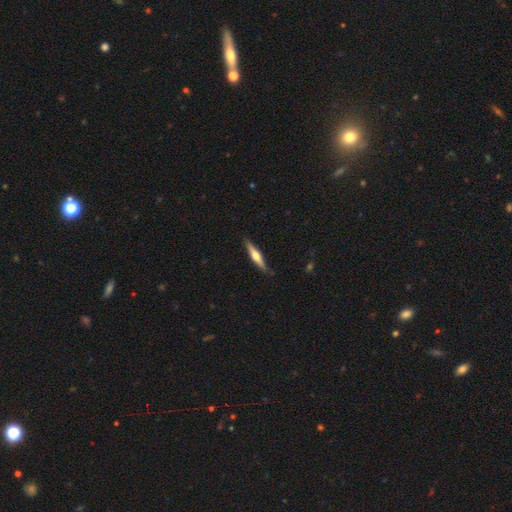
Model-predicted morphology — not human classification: type=featured or disk (59%); edge-on=yes (97%); edge-on bulge=rounded (88%); merging=none (87%).